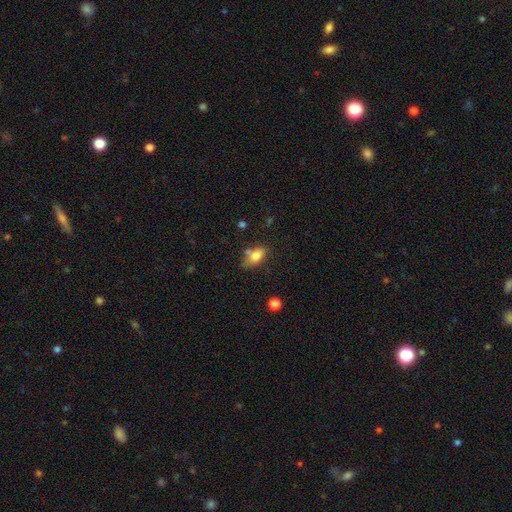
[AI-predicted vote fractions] Smooth or featured?
  - smooth: 79% *
  - featured or disk: 12%
  - star or artifact: 9%
How rounded?
  - in between: 86% *
  - round: 10%
  - cigar-shaped: 4%
Merging?
  - none: 55% *
  - minor disturbance: 22%
  - merger: 16%
  - major disturbance: 7%